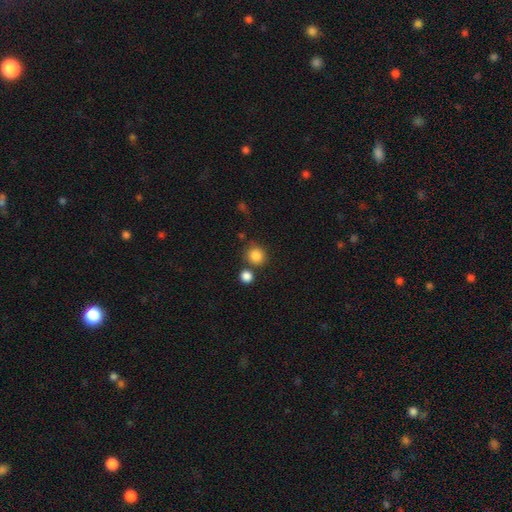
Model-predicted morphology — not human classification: Smooth or featured: smooth — 85% (star or artifact — 10%)
How rounded: round — 87% (in between — 12%)
Merging: none — 74% (merger — 13%)